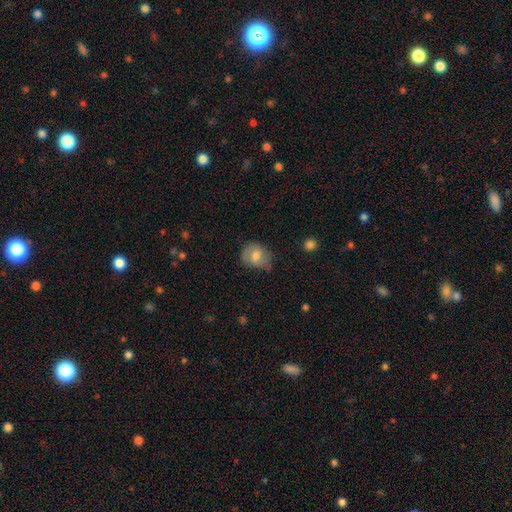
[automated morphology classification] This appears to be a smooth galaxy with no disk features (67%) that is round (64%). Merging: none (54%).